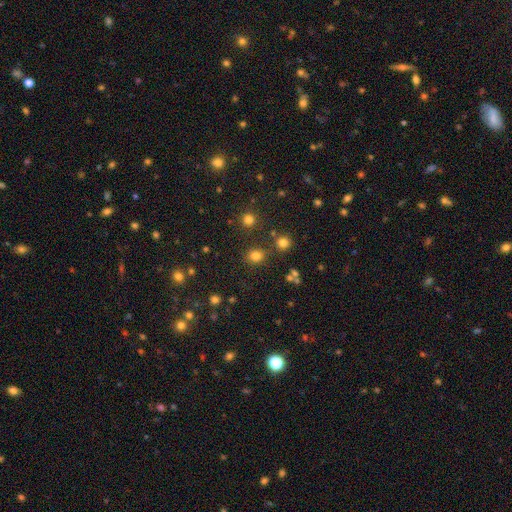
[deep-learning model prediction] Smooth or featured? smooth (79%)
How rounded? round (78%)
Merging? none (82%)